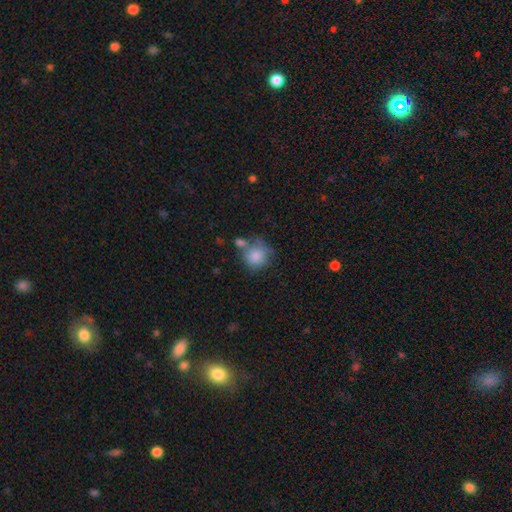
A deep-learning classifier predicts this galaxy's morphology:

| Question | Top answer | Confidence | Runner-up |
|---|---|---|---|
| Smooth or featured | smooth | 82% | featured or disk (10%) |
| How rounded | round | 84% | in between (15%) |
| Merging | none | 48% | merger (22%) |